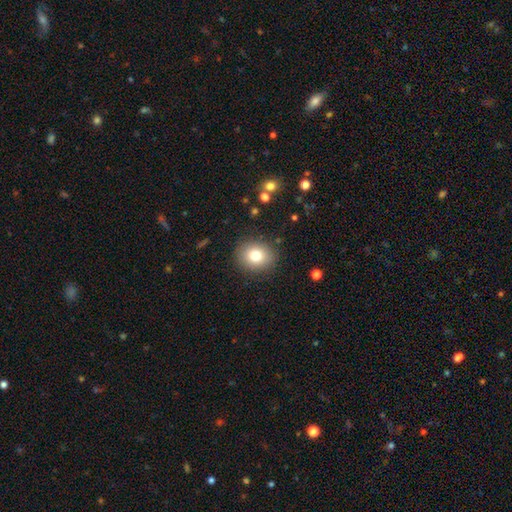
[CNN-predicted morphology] The model was most divided on "how rounded": round: 72%, in between: 27%, cigar-shaped: 1%. More confident: merging — none (88%); smooth or featured — smooth (78%).